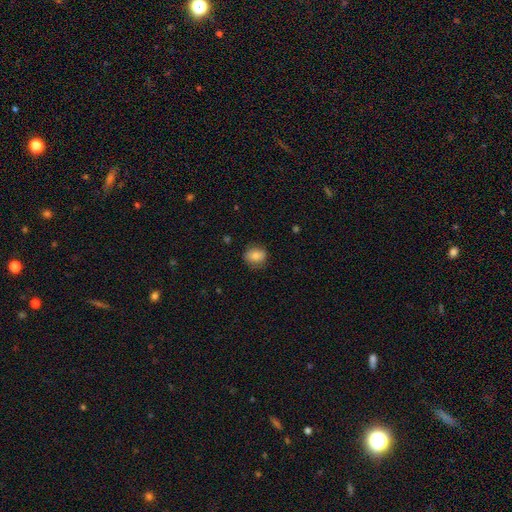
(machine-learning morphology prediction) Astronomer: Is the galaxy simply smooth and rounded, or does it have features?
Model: smooth — 83%.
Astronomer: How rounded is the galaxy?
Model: round — 56% (runner-up: in between, 43%).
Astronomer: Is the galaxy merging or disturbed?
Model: none — 78%.